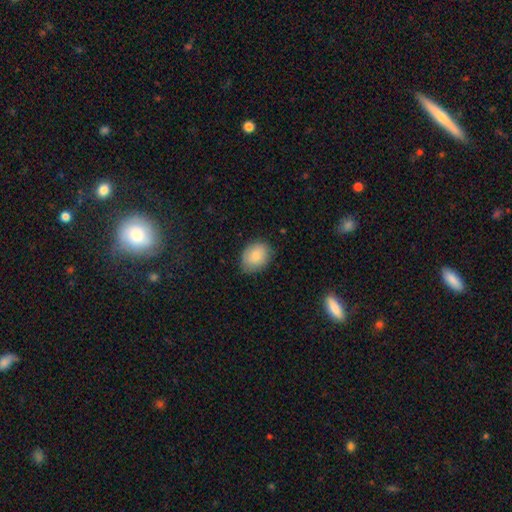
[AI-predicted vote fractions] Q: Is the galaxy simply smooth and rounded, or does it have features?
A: smooth — 83%.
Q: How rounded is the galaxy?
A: in between — 59%.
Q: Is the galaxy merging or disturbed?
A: none — 79%.